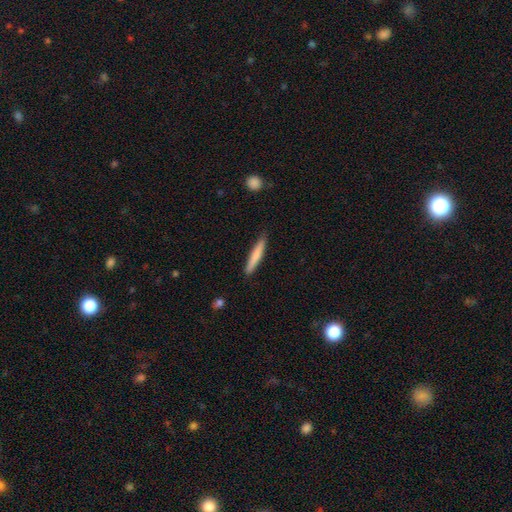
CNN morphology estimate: This appears to be a smooth galaxy with no disk features (74%) that is cigar-shaped (94%). Merging: none (87%).